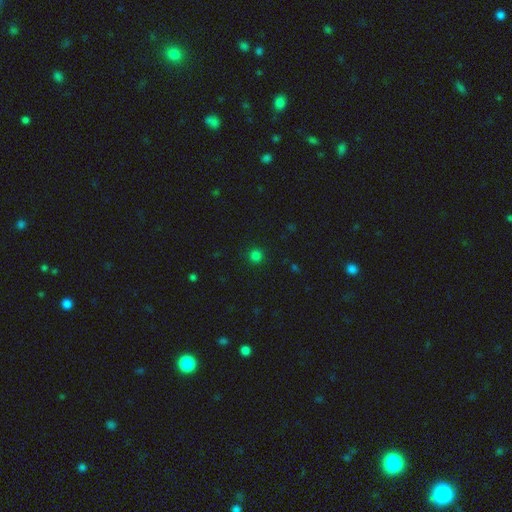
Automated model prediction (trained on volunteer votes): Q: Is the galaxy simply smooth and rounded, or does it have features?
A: smooth — 81%.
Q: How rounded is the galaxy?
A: round — 95%.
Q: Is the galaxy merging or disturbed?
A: none — 92%.